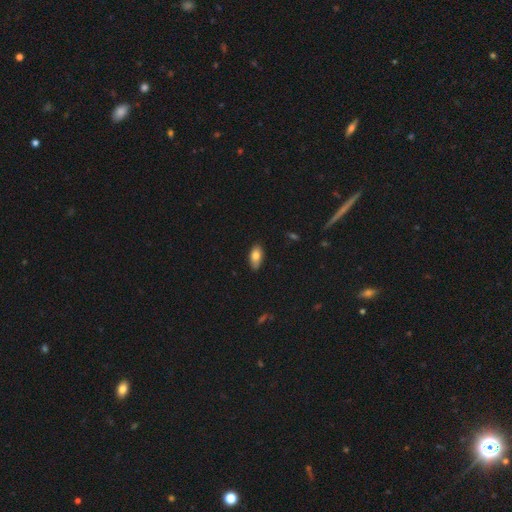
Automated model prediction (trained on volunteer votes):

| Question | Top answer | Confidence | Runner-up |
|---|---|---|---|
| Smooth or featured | smooth | 81% | featured or disk (12%) |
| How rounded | in between | 90% | cigar-shaped (7%) |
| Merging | none | 80% | minor disturbance (16%) |